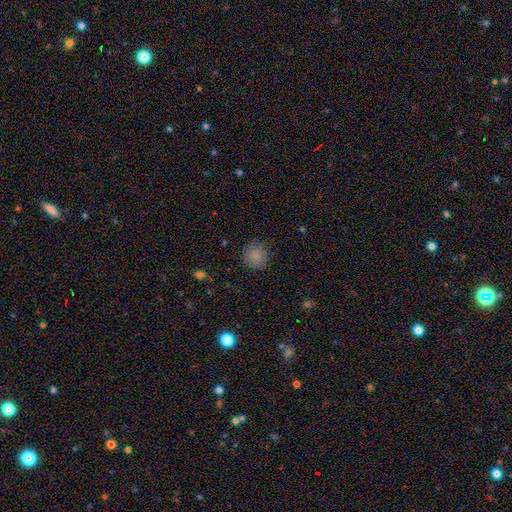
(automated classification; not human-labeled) This is clearly a smooth galaxy (86%). How rounded: clearly round (90%). Merging: clearly none (87%).